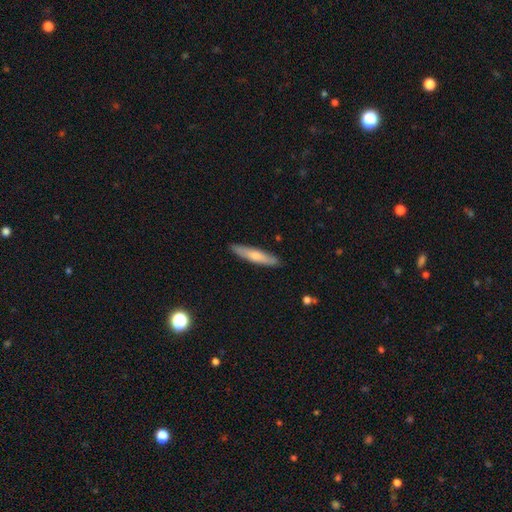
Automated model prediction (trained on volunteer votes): Q: Smooth or featured?
A: smooth (64%); runner-up: featured or disk (31%)
Q: How rounded?
A: cigar-shaped (85%); runner-up: in between (14%)
Q: Merging?
A: none (88%); runner-up: minor disturbance (9%)